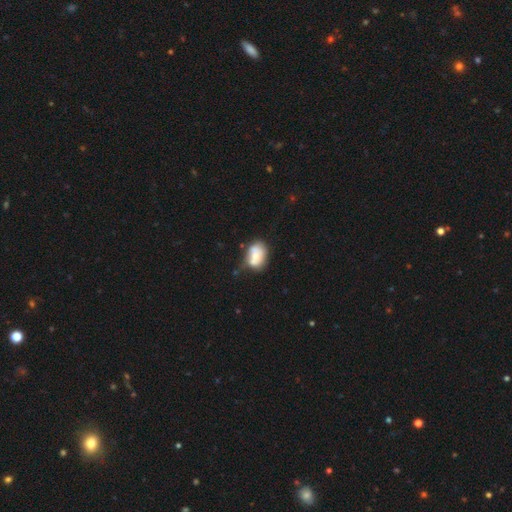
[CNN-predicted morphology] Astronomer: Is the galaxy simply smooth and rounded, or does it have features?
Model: smooth — 61%.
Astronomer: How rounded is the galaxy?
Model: in between — 74%.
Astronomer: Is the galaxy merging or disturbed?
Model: none — 40% (runner-up: minor disturbance, 26%).